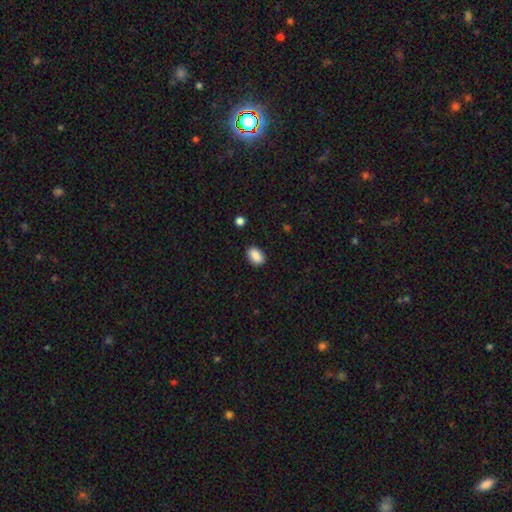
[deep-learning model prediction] The model was most divided on "how rounded": in between: 83%, round: 16%, cigar-shaped: 1%. More confident: merging — none (87%); smooth or featured — smooth (87%).